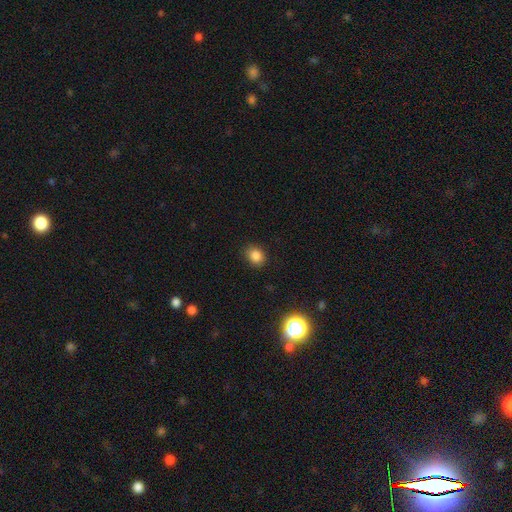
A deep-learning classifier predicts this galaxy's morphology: A smooth galaxy with no disk features (82%) that is round (56%). Merging: none (86%).